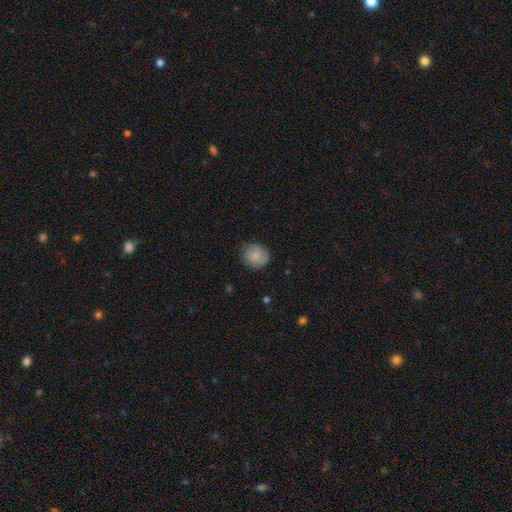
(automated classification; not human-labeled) A smooth galaxy with no disk features (84%) that is round (88%). Merging: none (81%).